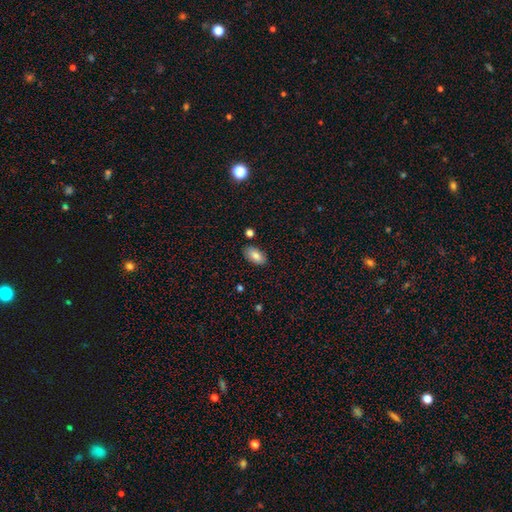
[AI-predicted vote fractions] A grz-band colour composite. It shows a smooth galaxy with no disk features (83%) that is in between round and cigar-shaped (94%). Merging: none (84%).